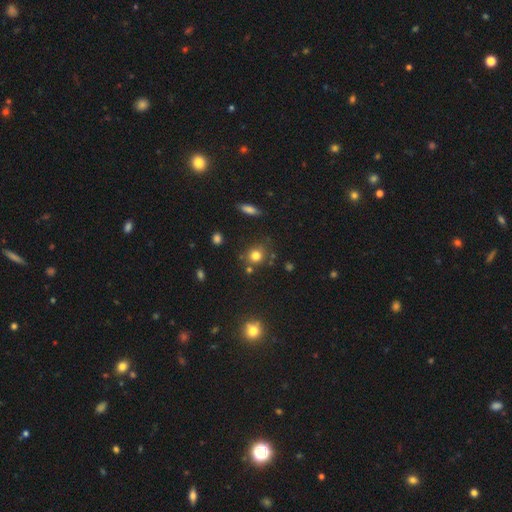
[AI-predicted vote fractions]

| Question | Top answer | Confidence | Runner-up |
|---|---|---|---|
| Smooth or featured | smooth | 77% | star or artifact (15%) |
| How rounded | round | 82% | in between (17%) |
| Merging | none | 75% | minor disturbance (12%) |